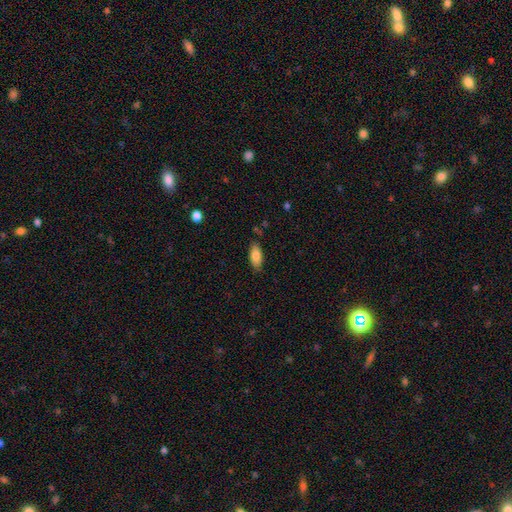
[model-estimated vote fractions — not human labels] smooth_or_featured: smooth (p=0.84) [alt: featured or disk p=0.09]
how_rounded: in between (p=0.86) [alt: cigar-shaped p=0.11]
merging: none (p=0.81) [alt: minor disturbance p=0.14]